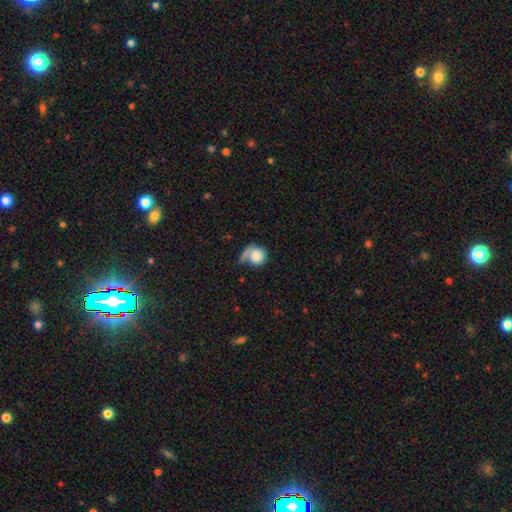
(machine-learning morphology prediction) smooth-or-featured: smooth: 71% | featured or disk: 21% | star or artifact: 8%
  how-rounded: round: 82% | in between: 16% | cigar-shaped: 1%
  merging: none: 38% | major disturbance: 27% | minor disturbance: 20% | merger: 14%